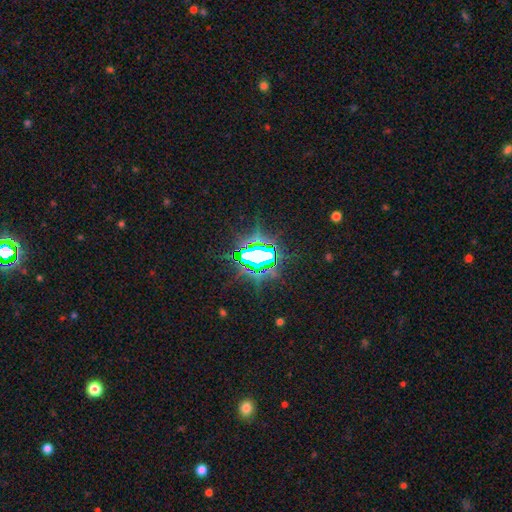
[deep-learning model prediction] Morphology: type=star or artifact (78%).